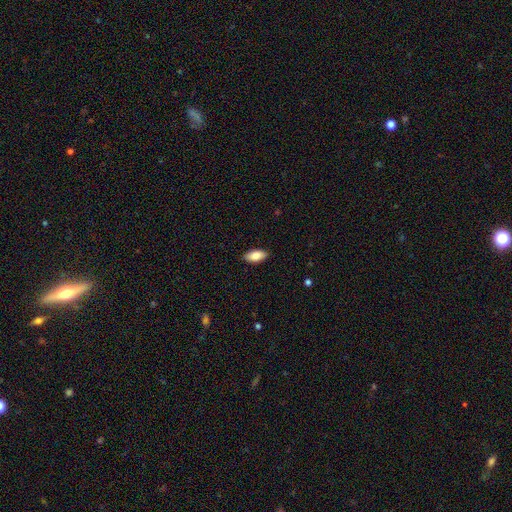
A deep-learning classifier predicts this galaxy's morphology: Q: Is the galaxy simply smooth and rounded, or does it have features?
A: smooth — 85%.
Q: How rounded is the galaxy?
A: in between — 91%.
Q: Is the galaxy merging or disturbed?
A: none — 89%.